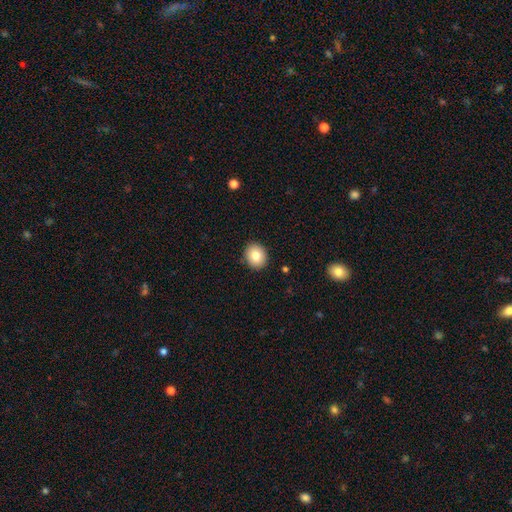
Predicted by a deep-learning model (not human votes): A smooth galaxy with no disk features (82%) that is round (76%).

Vote fractions:
- Smooth or featured? smooth: 82% / star or artifact: 9% / featured or disk: 9%
- How rounded? round: 76% / in between: 23% / cigar-shaped: 1%
- Merging? none: 91% / minor disturbance: 6% / major disturbance: 2% / merger: 1%